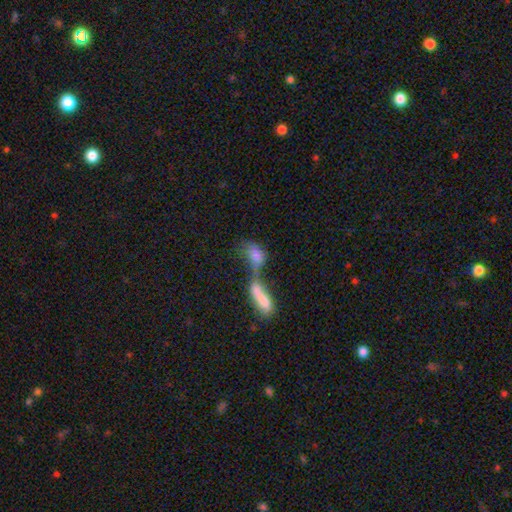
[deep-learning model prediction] Overall: smooth (73%). How rounded: in between (76%). Merging: merger (72%).